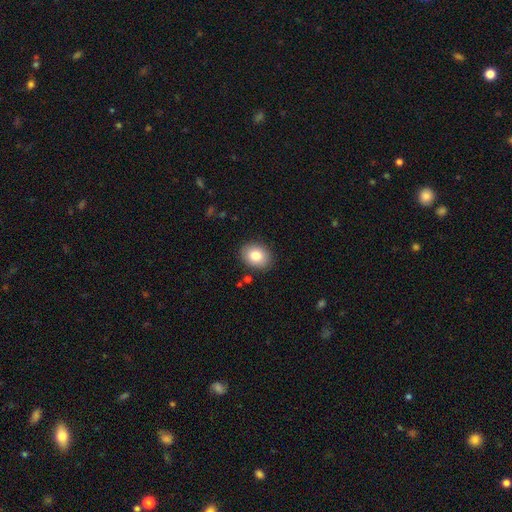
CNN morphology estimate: This is clearly a smooth galaxy (80%). How rounded: likely in between (60%). Merging: clearly none (88%).